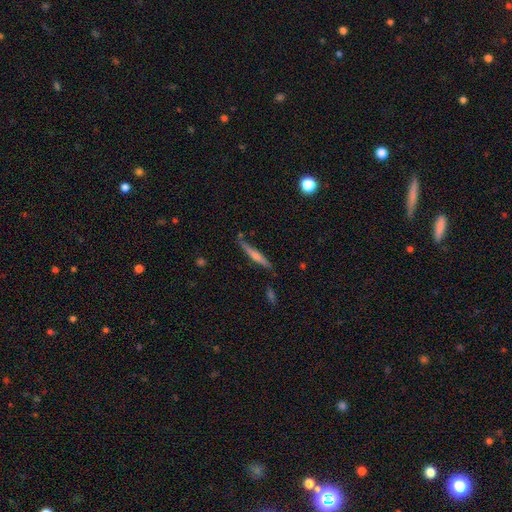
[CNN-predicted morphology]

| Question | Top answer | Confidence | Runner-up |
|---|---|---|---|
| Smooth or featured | featured or disk | 64% | smooth (27%) |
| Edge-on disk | yes | 95% | no (5%) |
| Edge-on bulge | rounded | 66% | none (23%) |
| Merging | none | 78% | minor disturbance (16%) |